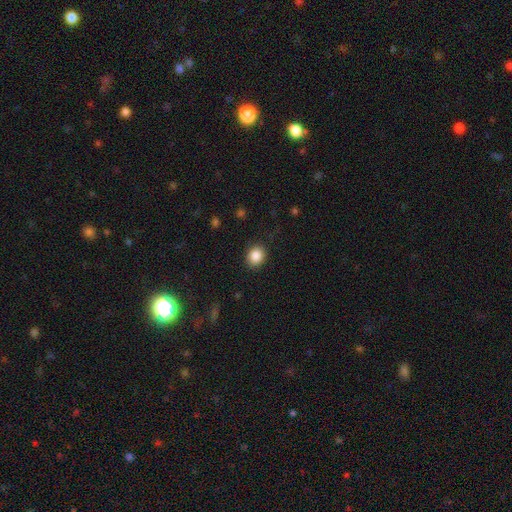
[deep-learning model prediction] Smooth or featured: smooth — 87% (star or artifact — 9%)
How rounded: round — 63% (in between — 36%)
Merging: none — 88% (minor disturbance — 9%)